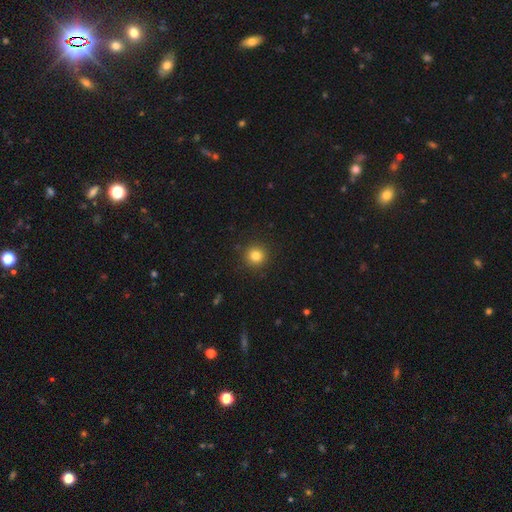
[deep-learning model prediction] A smooth galaxy with no disk features (82%) that is round (94%). Merging: none (91%).